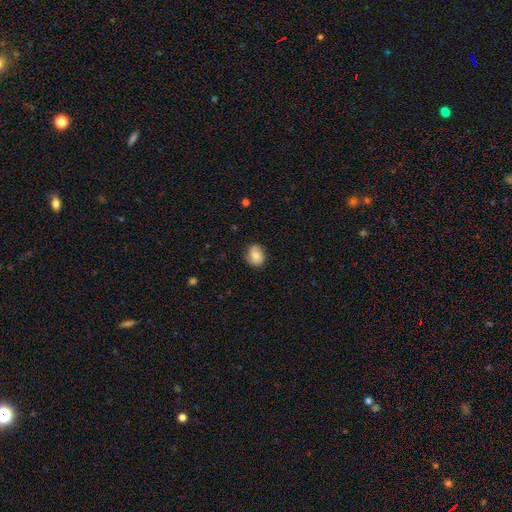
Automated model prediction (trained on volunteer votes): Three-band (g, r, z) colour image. It shows a smooth galaxy with no disk features (73%) that is round (54%). Merging: none (74%).